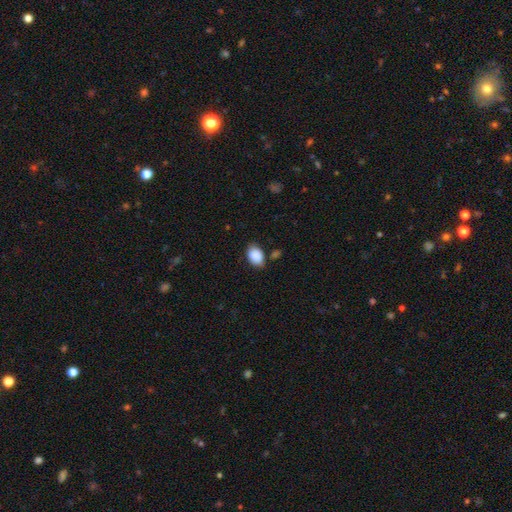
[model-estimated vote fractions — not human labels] Smooth or featured?
  - smooth: 89% *
  - star or artifact: 7%
  - featured or disk: 4%
How rounded?
  - in between: 80% *
  - round: 18%
  - cigar-shaped: 1%
Merging?
  - none: 74% *
  - minor disturbance: 17%
  - merger: 5%
  - major disturbance: 4%